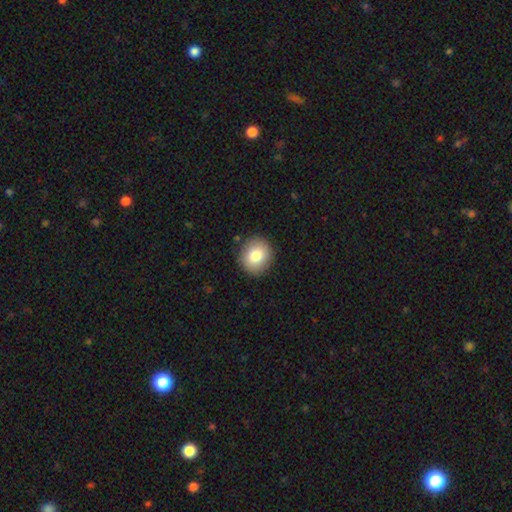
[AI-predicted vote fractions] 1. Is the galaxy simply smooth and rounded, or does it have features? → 81% smooth, 10% featured or disk, 9% star or artifact.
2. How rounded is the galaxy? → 85% round, 14% in between, 1% cigar-shaped.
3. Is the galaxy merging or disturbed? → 90% none, 7% minor disturbance, 2% major disturbance, 1% merger.